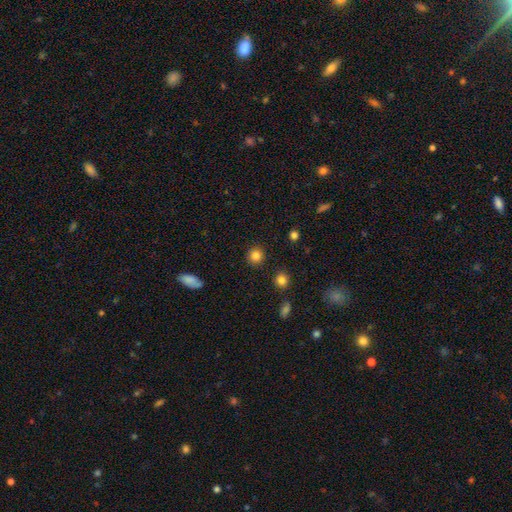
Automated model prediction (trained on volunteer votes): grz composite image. It shows a smooth galaxy with no disk features (84%) that is round (91%). Merging: none (91%).